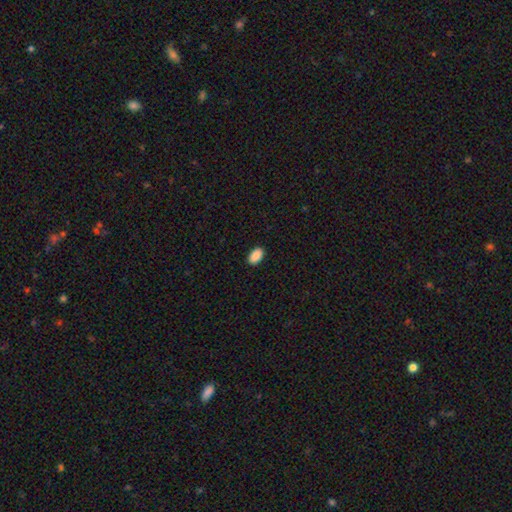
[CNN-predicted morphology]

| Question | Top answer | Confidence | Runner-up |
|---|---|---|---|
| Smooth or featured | smooth | 90% | star or artifact (7%) |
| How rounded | in between | 92% | round (6%) |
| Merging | none | 90% | minor disturbance (7%) |